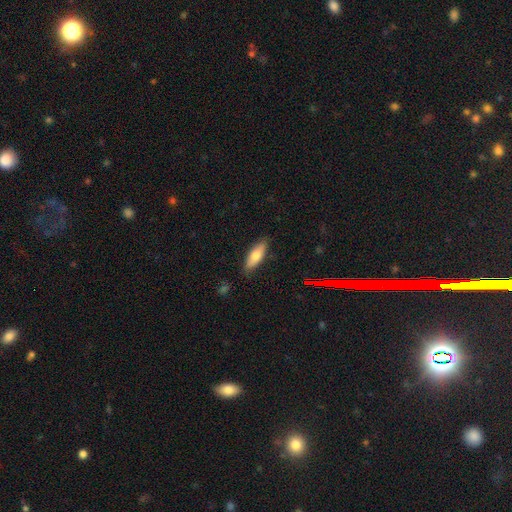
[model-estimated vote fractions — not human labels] Smooth or featured: smooth — 70% (featured or disk — 24%)
How rounded: in between — 60% (cigar-shaped — 38%)
Merging: none — 85% (minor disturbance — 12%)